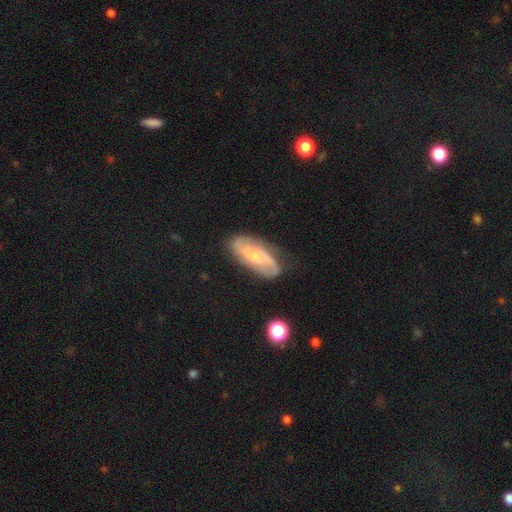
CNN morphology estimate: Smooth or featured? Predicted: featured or disk (p=0.68). Edge-on disk? Predicted: no (p=0.90). Bar? Predicted: no (p=0.54). Spiral arms? Predicted: yes (p=0.90). Spiral winding? Predicted: medium (p=0.40). Spiral arm count? Predicted: 2 (p=0.72). Bulge size? Predicted: small (p=0.65). Merging? Predicted: none (p=0.74).